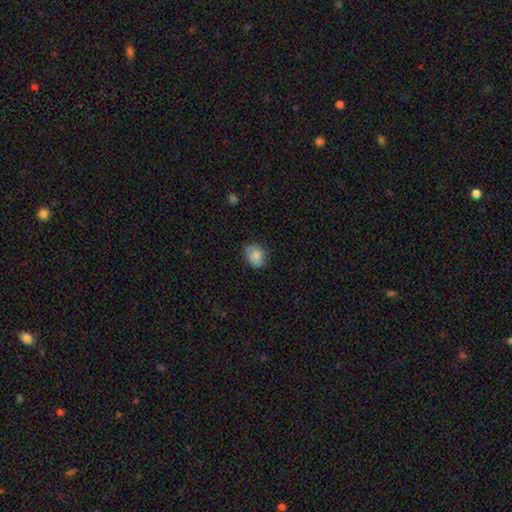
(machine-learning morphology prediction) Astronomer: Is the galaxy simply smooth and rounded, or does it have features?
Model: smooth — 79%.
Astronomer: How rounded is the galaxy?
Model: in between — 60% (runner-up: round, 39%).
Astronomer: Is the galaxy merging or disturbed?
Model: none — 69%.